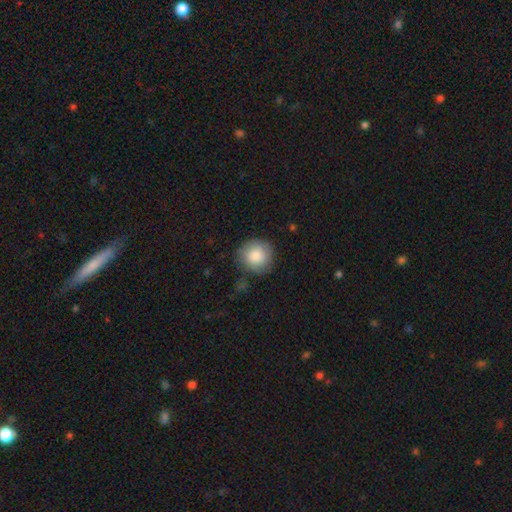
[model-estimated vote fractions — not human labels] The model was most divided on "merging": none: 77%, minor disturbance: 16%, major disturbance: 4%, merger: 2%. More confident: how rounded — round (91%); smooth or featured — smooth (84%).